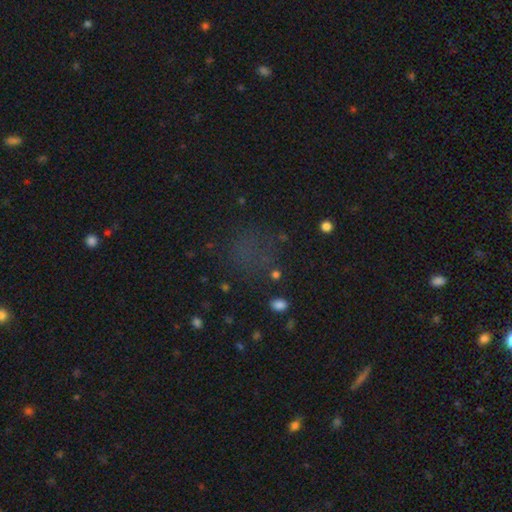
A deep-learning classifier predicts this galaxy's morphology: smooth-or-featured: star or artifact: 55% | smooth: 33% | featured or disk: 11%